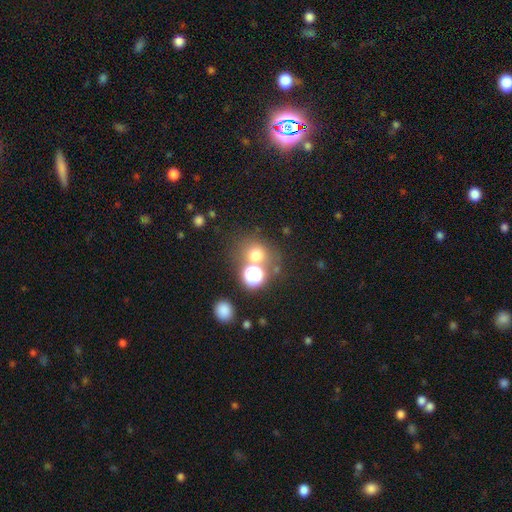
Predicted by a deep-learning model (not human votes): This appears to be a smooth galaxy with no disk features (67%) that is round (81%). Merging: none (64%).